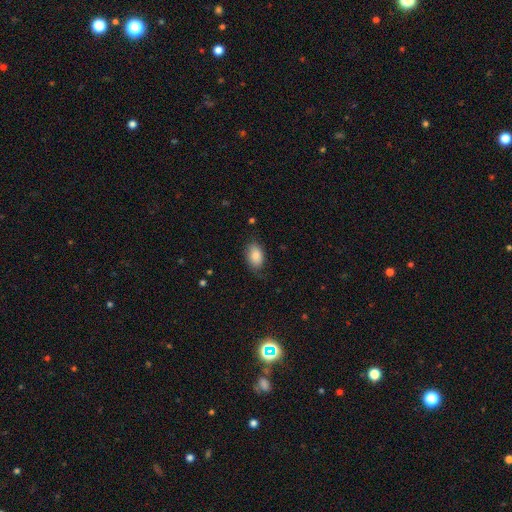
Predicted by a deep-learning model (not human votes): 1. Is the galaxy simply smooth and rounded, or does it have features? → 83% smooth, 10% featured or disk, 7% star or artifact.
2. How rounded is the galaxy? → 90% in between, 9% round, 1% cigar-shaped.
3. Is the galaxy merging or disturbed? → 71% none, 22% minor disturbance, 6% major disturbance, 1% merger.